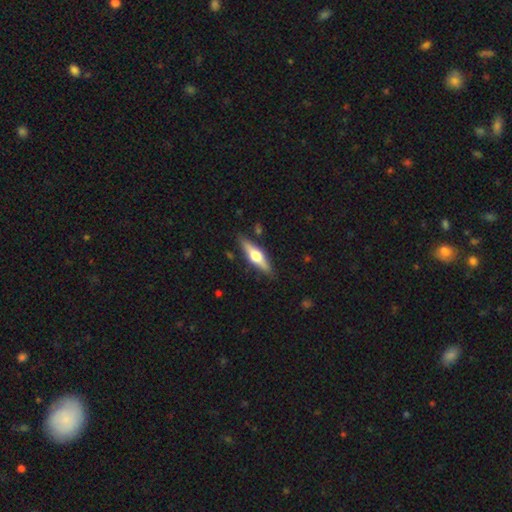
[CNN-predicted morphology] A featured or disk galaxy (64%) viewed edge-on (96%) with a rounded central bulge (95%).

Vote fractions:
- Smooth or featured? featured or disk: 64% / smooth: 30% / star or artifact: 6%
- Edge-on disk? yes: 96% / no: 4%
- Edge-on bulge? rounded: 95% / boxy: 3% / none: 2%
- Merging? none: 88% / minor disturbance: 9% / major disturbance: 2% / merger: 2%